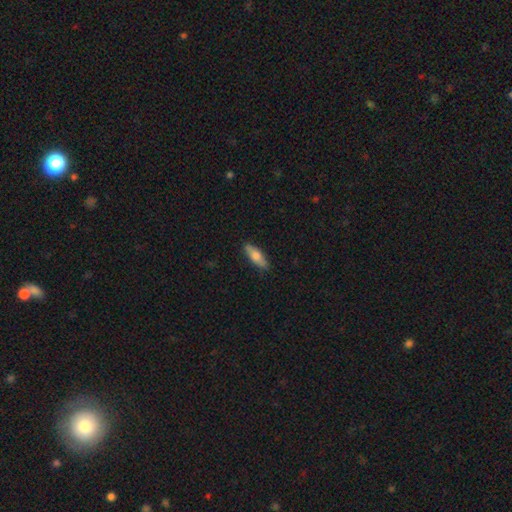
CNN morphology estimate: Smooth or featured?
  - smooth: 70% *
  - featured or disk: 24%
  - star or artifact: 6%
How rounded?
  - in between: 58% *
  - cigar-shaped: 40%
  - round: 2%
Merging?
  - none: 86% *
  - minor disturbance: 11%
  - major disturbance: 2%
  - merger: 1%